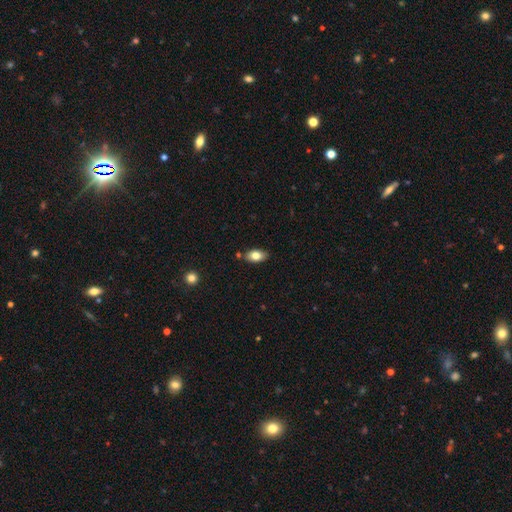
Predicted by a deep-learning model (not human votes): Morphology: type=smooth (78%); roundness=in between (89%); merging=none (80%).